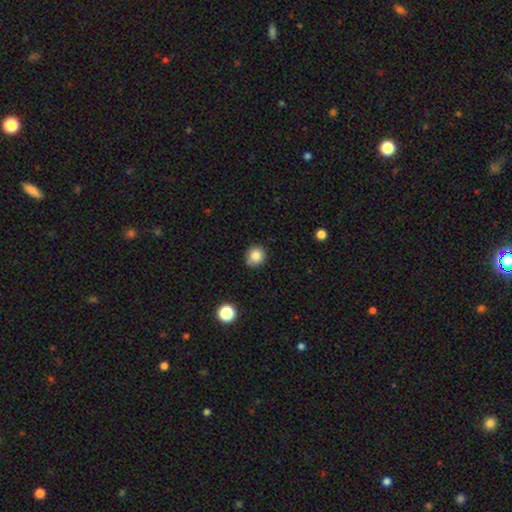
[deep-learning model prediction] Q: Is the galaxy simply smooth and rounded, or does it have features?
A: smooth — 83%.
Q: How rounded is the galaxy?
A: round — 89%.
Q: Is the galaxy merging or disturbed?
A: none — 79%.